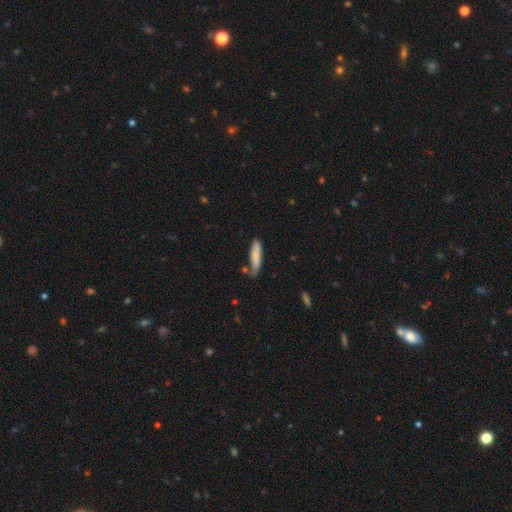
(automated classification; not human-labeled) This appears to be a smooth galaxy with no disk features (78%) that is cigar-shaped (75%). Merging: none (59%).